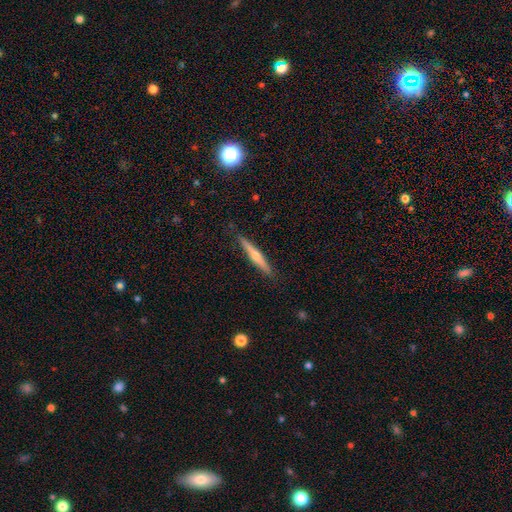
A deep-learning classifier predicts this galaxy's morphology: This appears to be a featured or disk galaxy (61%) viewed edge-on (97%) with a rounded central bulge (81%). Merging: none (90%).